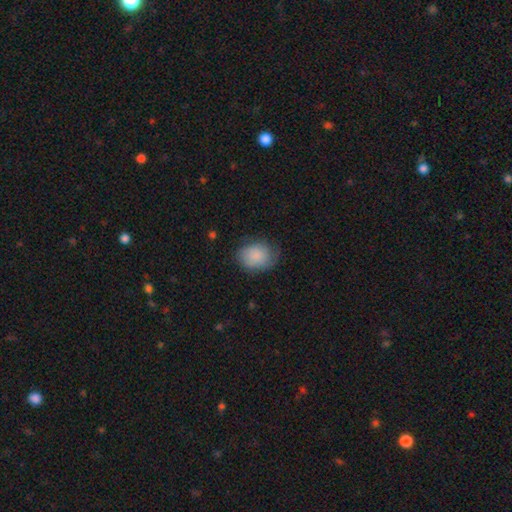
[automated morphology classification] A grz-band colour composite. It shows a smooth galaxy with no disk features (83%) that is in between round and cigar-shaped (50%). Merging: none (62%).